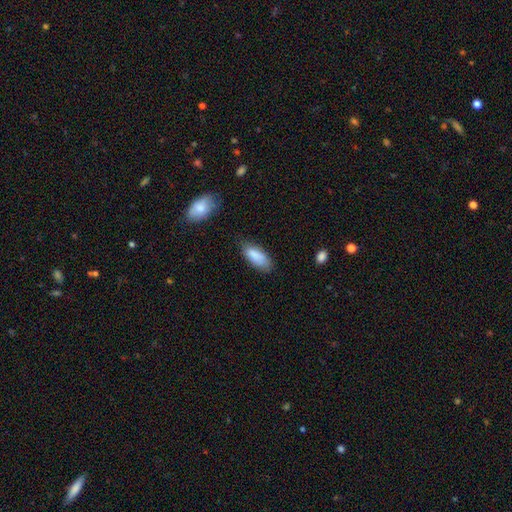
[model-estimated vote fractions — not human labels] Overall: smooth (86%). How rounded: in between (82%). Merging: none (67%).